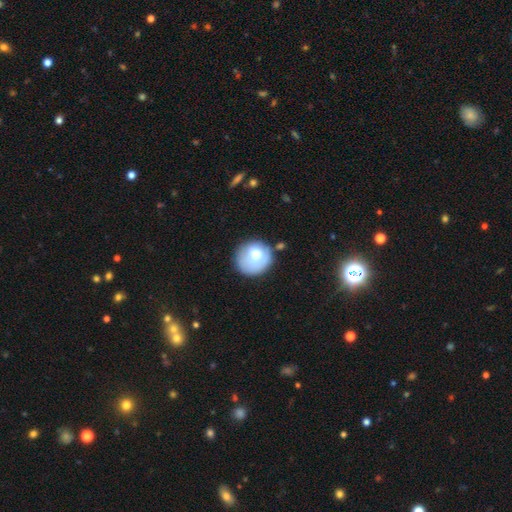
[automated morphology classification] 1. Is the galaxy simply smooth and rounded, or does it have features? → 72% smooth, 21% featured or disk, 8% star or artifact.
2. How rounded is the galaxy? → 86% round, 13% in between, 1% cigar-shaped.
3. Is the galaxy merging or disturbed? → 62% none, 23% minor disturbance, 8% major disturbance, 7% merger.